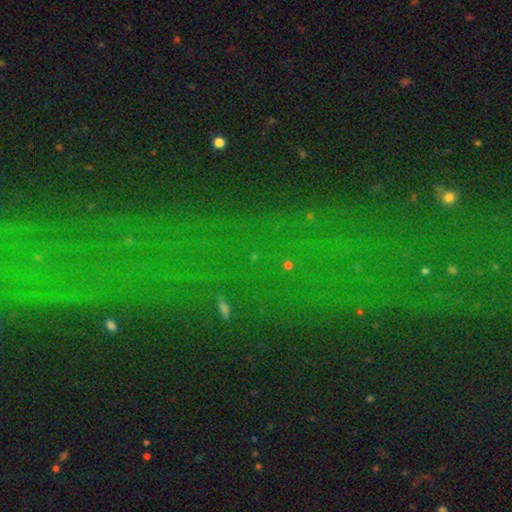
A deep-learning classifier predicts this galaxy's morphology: This appears to be a star or artifact, not a galaxy (71%).